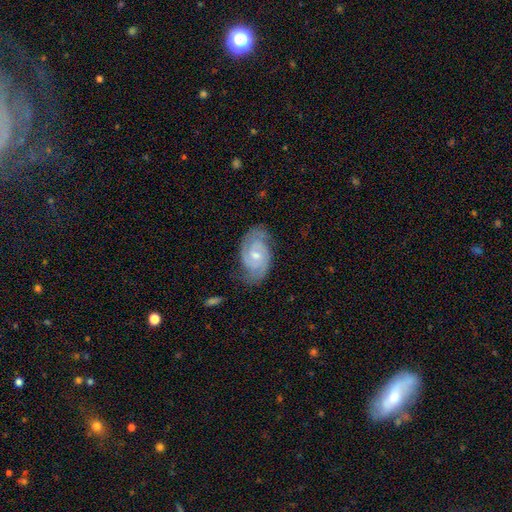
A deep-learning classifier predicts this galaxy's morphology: smooth_or_featured: featured or disk (p=0.87) [alt: smooth p=0.08]
disk_edge_on: no (p=0.97) [alt: yes p=0.03]
bar: no (p=0.52) [alt: weak p=0.41]
has_spiral_arms: yes (p=0.97) [alt: no p=0.03]
spiral_winding: tight (p=0.59) [alt: medium p=0.35]
spiral_arm_count: 2 (p=0.78) [alt: 3 p=0.08]
bulge_size: small (p=0.50) [alt: moderate p=0.45]
merging: none (p=0.76) [alt: minor disturbance p=0.18]